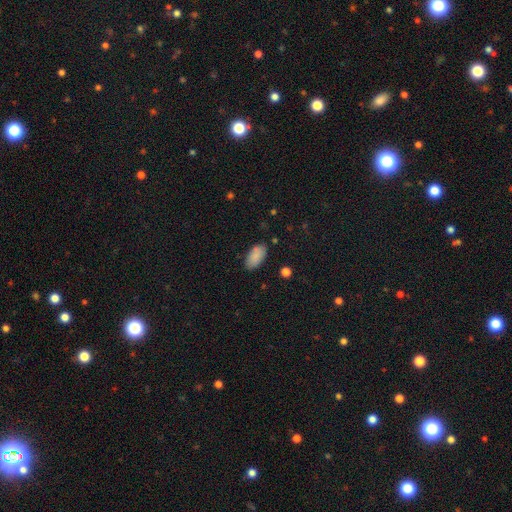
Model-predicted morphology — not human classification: This appears to be a smooth galaxy with no disk features (88%) that is in between round and cigar-shaped (94%). Merging: none (83%).